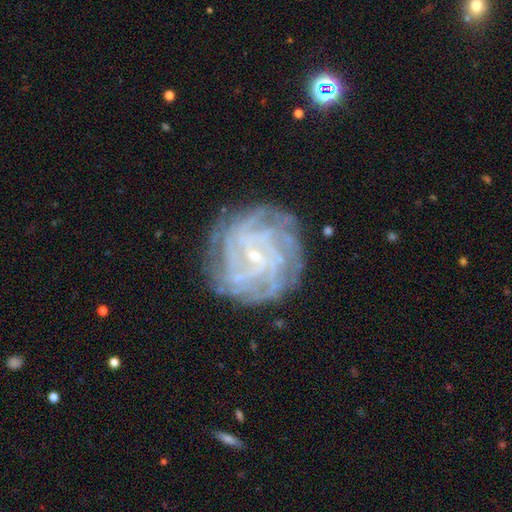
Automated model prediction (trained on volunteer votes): Smooth or featured: featured or disk — 87% (star or artifact — 7%)
Edge-on disk: no — 97% (yes — 3%)
Bar: no — 46% (weak — 40%)
Spiral arms: yes — 96% (no — 4%)
Spiral winding: tight — 76% (medium — 19%)
Spiral arm count: can't tell — 29% (more than 4 — 22%)
Bulge size: small — 87% (moderate — 9%)
Merging: none — 81% (minor disturbance — 13%)